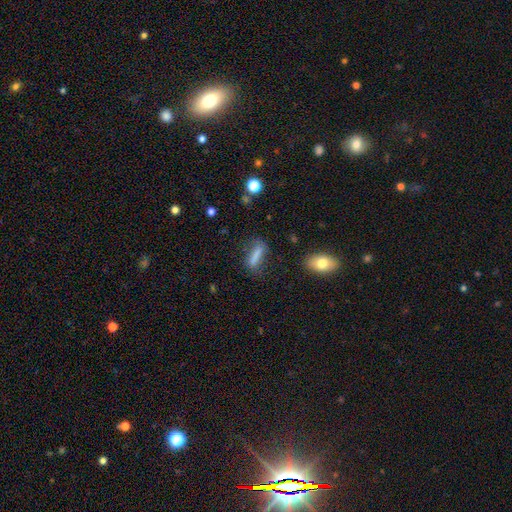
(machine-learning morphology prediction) Smooth or featured: smooth — 75% (featured or disk — 15%)
How rounded: cigar-shaped — 67% (in between — 30%)
Merging: none — 66% (minor disturbance — 20%)